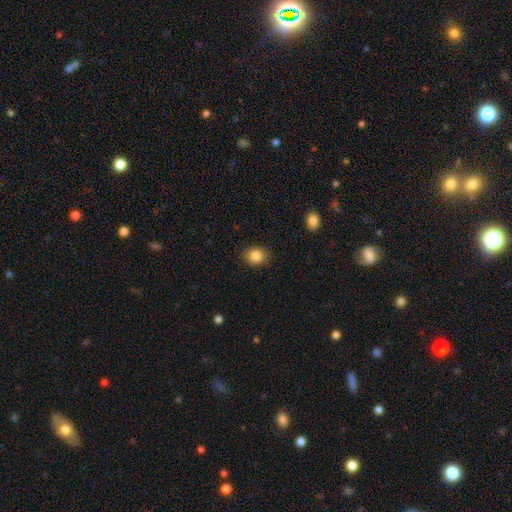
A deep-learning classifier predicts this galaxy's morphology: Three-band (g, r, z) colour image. It shows a smooth galaxy with no disk features (86%) that is round (64%). Merging: none (88%).